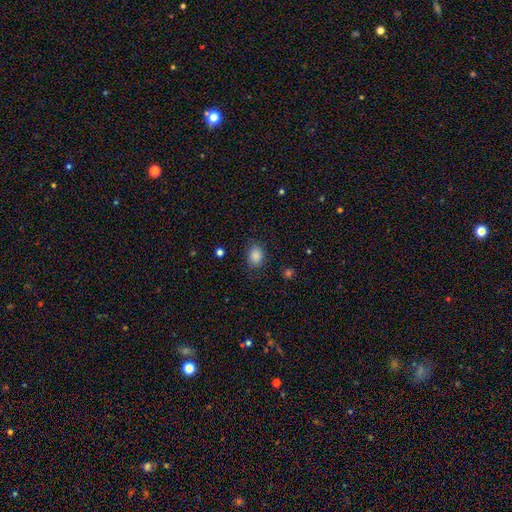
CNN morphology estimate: Smooth or featured? smooth (86%)
How rounded? in between (61%)
Merging? none (81%)